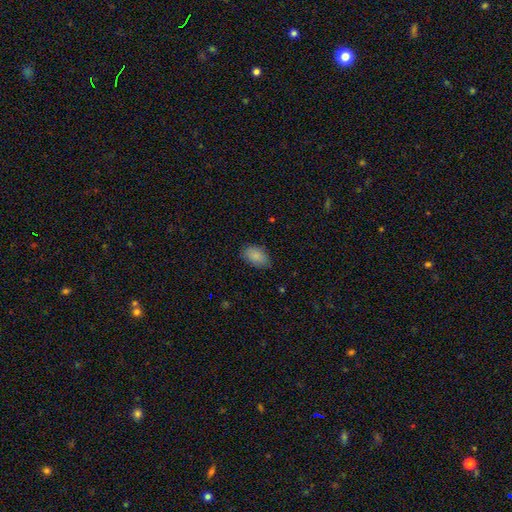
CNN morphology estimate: type=smooth (87%); roundness=in between (90%); merging=none (81%).